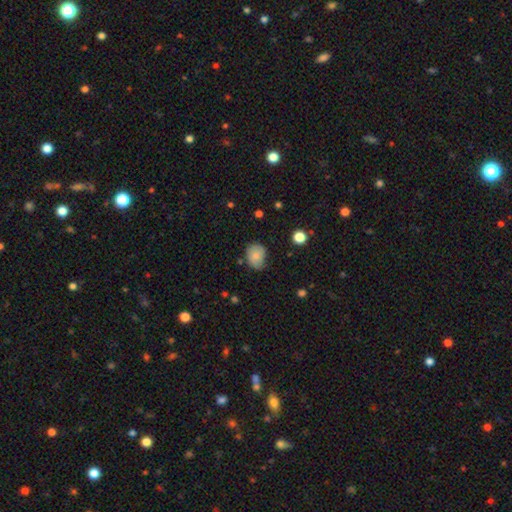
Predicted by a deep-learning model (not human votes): Q: Smooth or featured?
A: smooth (83%); runner-up: featured or disk (9%)
Q: How rounded?
A: in between (53%); runner-up: round (46%)
Q: Merging?
A: none (63%); runner-up: minor disturbance (29%)